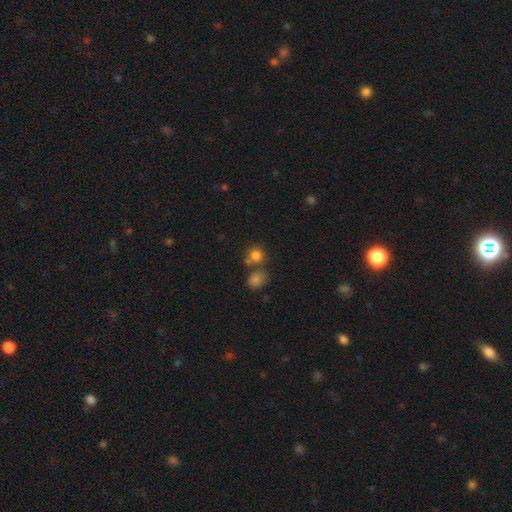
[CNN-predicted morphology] This appears to be a smooth galaxy with no disk features (81%) that is round (83%). Merging: none (57%).